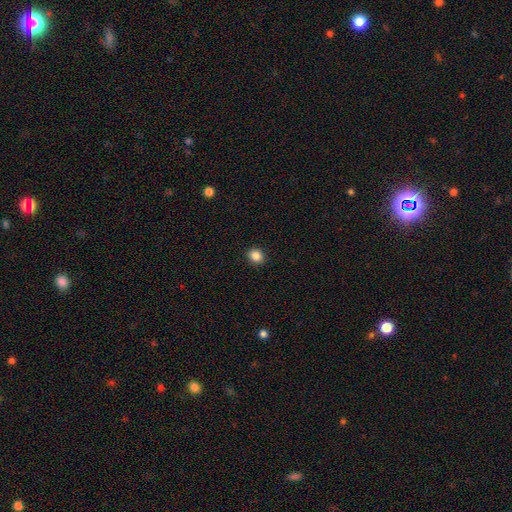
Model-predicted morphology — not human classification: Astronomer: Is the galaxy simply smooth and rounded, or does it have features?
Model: smooth — 86%.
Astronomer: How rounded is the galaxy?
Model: round — 70%.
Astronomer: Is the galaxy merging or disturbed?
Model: none — 92%.